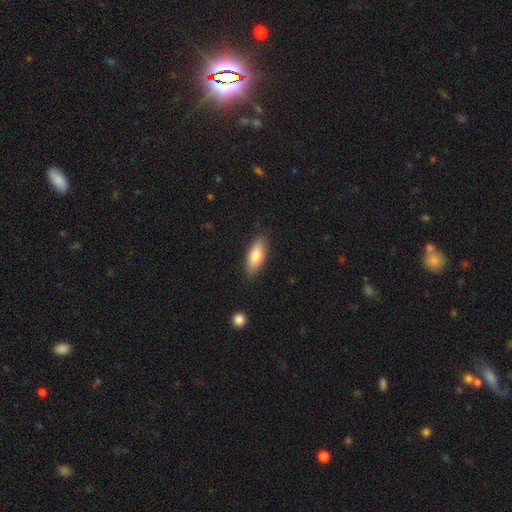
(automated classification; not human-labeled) A smooth galaxy with no disk features (78%) that is in between round and cigar-shaped (74%). Merging: none (86%).